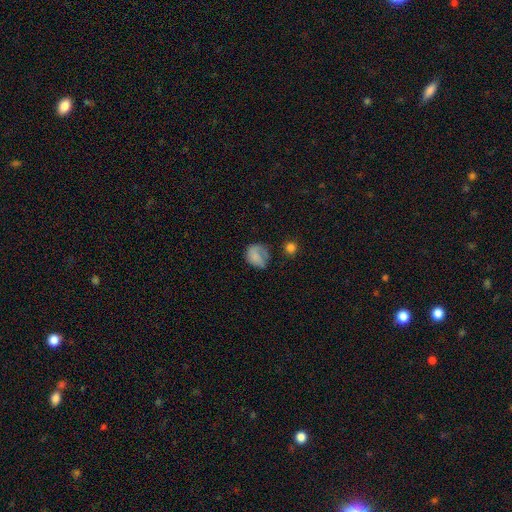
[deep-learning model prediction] smooth-or-featured: smooth: 72% | featured or disk: 18% | star or artifact: 10%
  how-rounded: round: 56% | in between: 42% | cigar-shaped: 1%
  merging: none: 42% | minor disturbance: 31% | major disturbance: 23% | merger: 3%